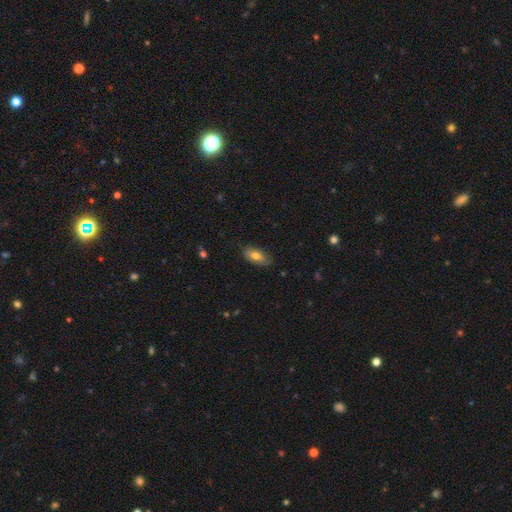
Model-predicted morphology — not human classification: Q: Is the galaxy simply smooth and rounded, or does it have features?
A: smooth — 73%.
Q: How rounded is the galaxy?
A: in between — 86%.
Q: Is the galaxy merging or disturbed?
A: none — 80%.